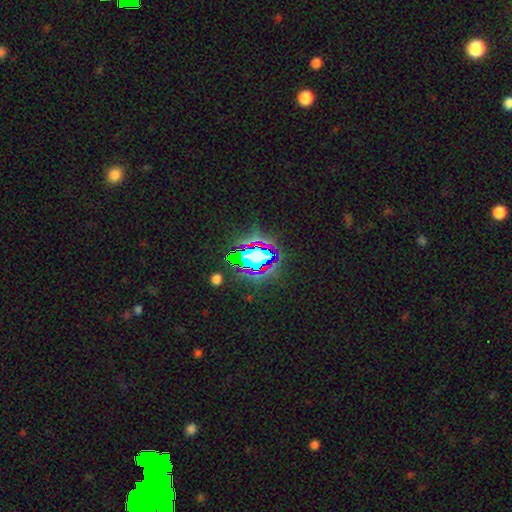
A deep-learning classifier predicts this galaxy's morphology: Smooth or featured? star or artifact (60%)